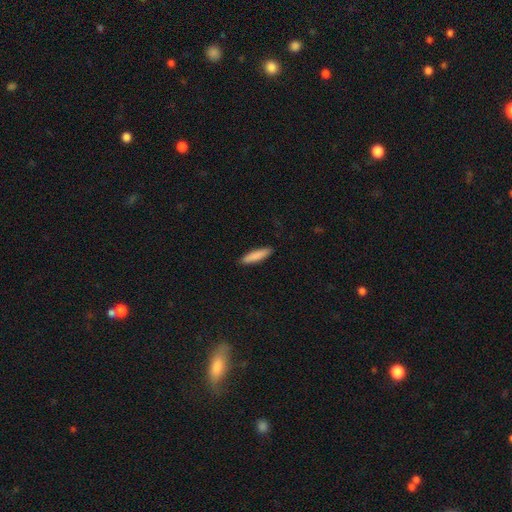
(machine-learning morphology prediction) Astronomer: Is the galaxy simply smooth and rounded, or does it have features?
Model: smooth — 87%.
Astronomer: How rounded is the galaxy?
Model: cigar-shaped — 78%.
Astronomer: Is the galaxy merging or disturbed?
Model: none — 90%.